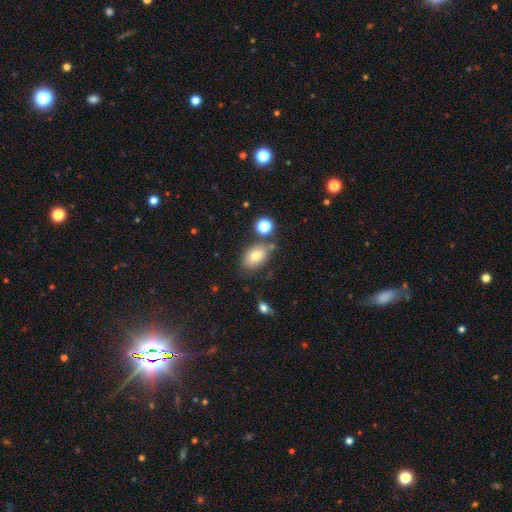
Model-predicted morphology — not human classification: Smooth or featured? Predicted: smooth (p=0.77). How rounded? Predicted: in between (p=0.87). Merging? Predicted: none (p=0.70).